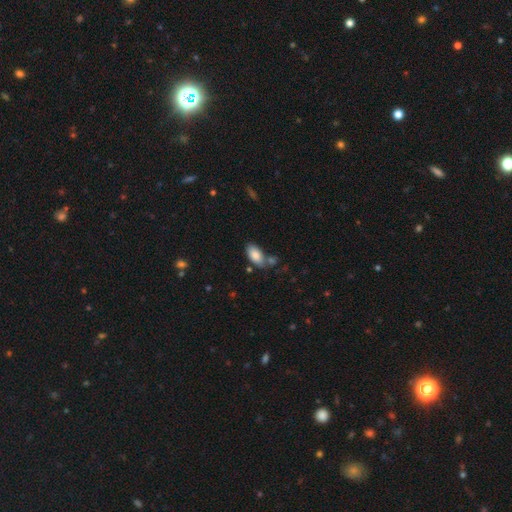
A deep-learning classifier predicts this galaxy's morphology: A smooth galaxy with no disk features (86%) that is in between round and cigar-shaped (94%). Merging: none (64%).